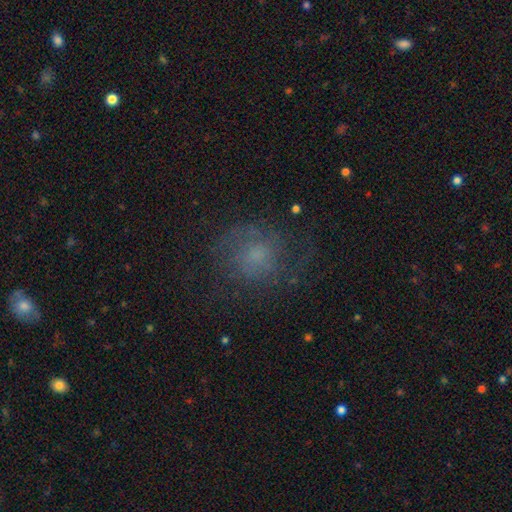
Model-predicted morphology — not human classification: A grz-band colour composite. It shows a featured or disk galaxy (46%). Merging: none (66%).